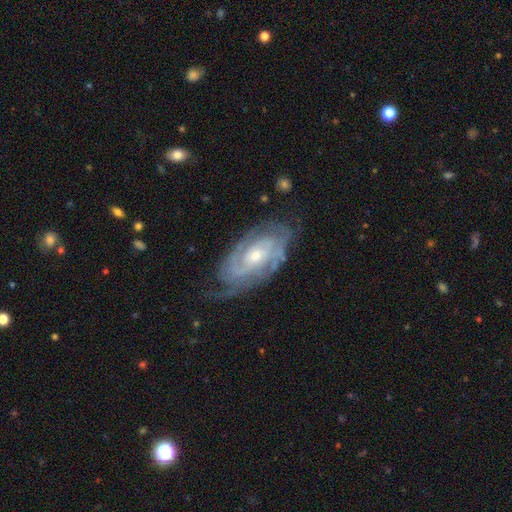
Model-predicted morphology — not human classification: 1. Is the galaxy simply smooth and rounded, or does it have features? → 88% featured or disk, 7% smooth, 5% star or artifact.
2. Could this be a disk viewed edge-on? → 94% no, 6% yes.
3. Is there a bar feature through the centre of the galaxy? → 65% no, 27% weak, 8% strong.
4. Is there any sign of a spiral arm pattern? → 95% yes, 5% no.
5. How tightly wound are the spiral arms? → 69% tight, 25% medium, 6% loose.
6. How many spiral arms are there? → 35% 2, 30% can't tell, 18% 3, 8% 4, 5% 1, 5% more than 4.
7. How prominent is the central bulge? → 55% small, 41% moderate, 2% large, 1% none, 1% dominant.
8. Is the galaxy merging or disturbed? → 68% none, 21% minor disturbance, 9% major disturbance, 2% merger.